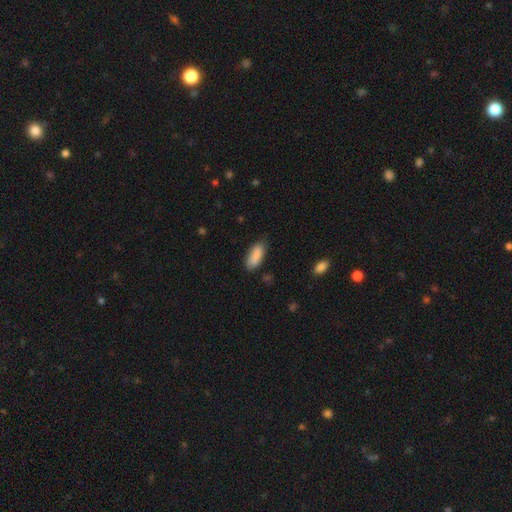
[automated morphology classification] A smooth galaxy with no disk features (88%) that is in between round and cigar-shaped (78%).

Vote fractions:
- Smooth or featured? smooth: 88% / star or artifact: 6% / featured or disk: 5%
- How rounded? in between: 78% / cigar-shaped: 20% / round: 2%
- Merging? none: 79% / minor disturbance: 16% / major disturbance: 3% / merger: 2%